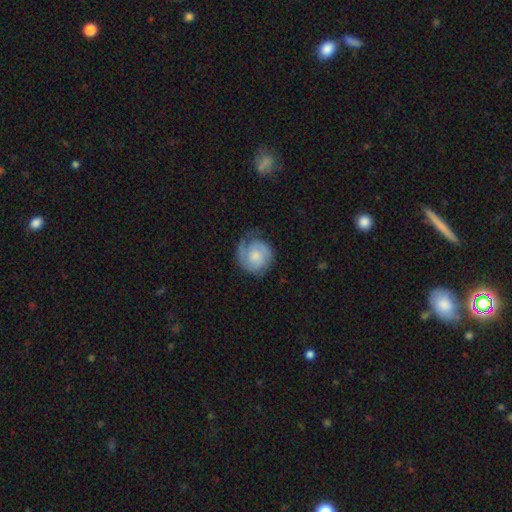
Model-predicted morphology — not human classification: smooth_or_featured: featured or disk (p=0.64) [alt: smooth p=0.30]
disk_edge_on: no (p=0.98) [alt: yes p=0.02]
bar: no (p=0.71) [alt: weak p=0.26]
has_spiral_arms: yes (p=0.91) [alt: no p=0.09]
spiral_winding: tight (p=0.58) [alt: medium p=0.31]
spiral_arm_count: 2 (p=0.42) [alt: 1 p=0.27]
bulge_size: moderate (p=0.41) [alt: small p=0.36]
merging: none (p=0.62) [alt: minor disturbance p=0.24]